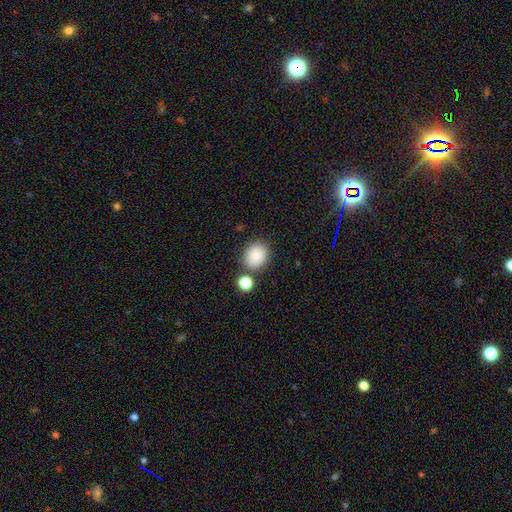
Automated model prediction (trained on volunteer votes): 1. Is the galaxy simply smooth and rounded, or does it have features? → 83% smooth, 10% star or artifact, 8% featured or disk.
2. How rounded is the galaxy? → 67% round, 32% in between, 1% cigar-shaped.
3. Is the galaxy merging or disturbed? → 77% none, 11% minor disturbance, 9% merger, 3% major disturbance.